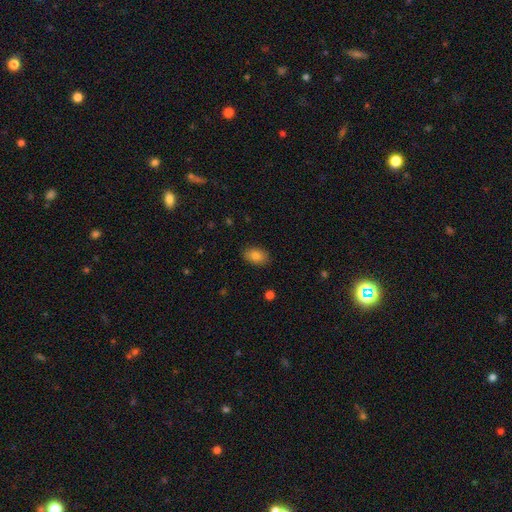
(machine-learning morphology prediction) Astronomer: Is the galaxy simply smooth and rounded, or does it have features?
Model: smooth — 83%.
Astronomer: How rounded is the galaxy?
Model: in between — 85%.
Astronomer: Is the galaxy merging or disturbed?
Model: none — 87%.